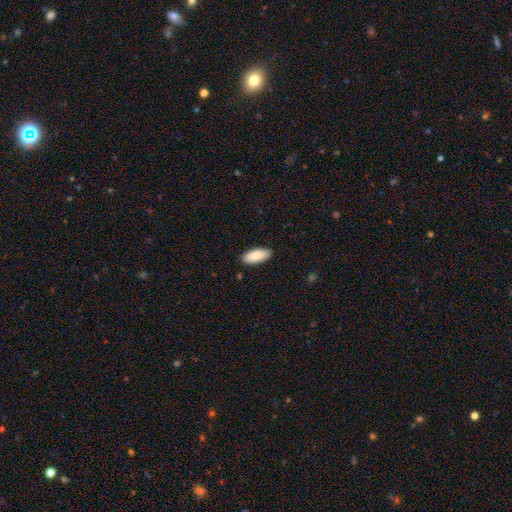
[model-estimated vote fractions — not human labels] A smooth galaxy with no disk features (86%) that is in between round and cigar-shaped (87%). Merging: none (88%).